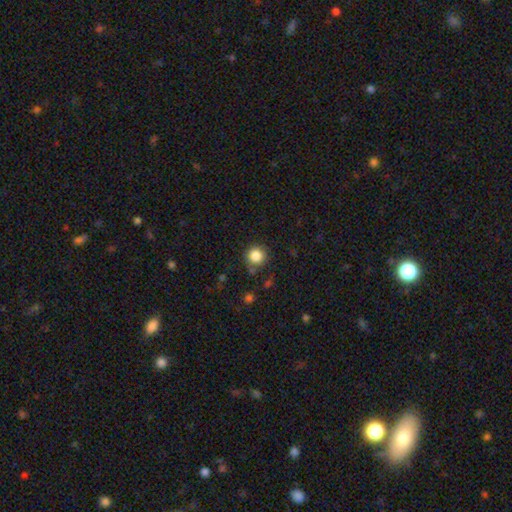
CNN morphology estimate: Smooth or featured?
  - smooth: 85% *
  - star or artifact: 11%
  - featured or disk: 5%
How rounded?
  - round: 94% *
  - in between: 5%
  - cigar-shaped: 1%
Merging?
  - none: 83% *
  - minor disturbance: 10%
  - merger: 3%
  - major disturbance: 3%